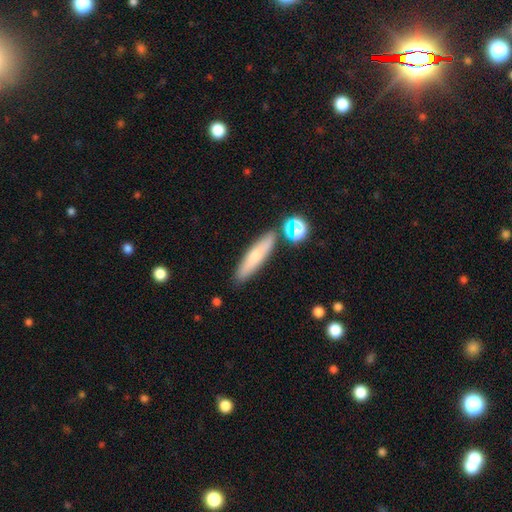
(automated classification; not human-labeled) Smooth or featured? Predicted: smooth (p=0.65). How rounded? Predicted: cigar-shaped (p=0.79). Merging? Predicted: none (p=0.81).